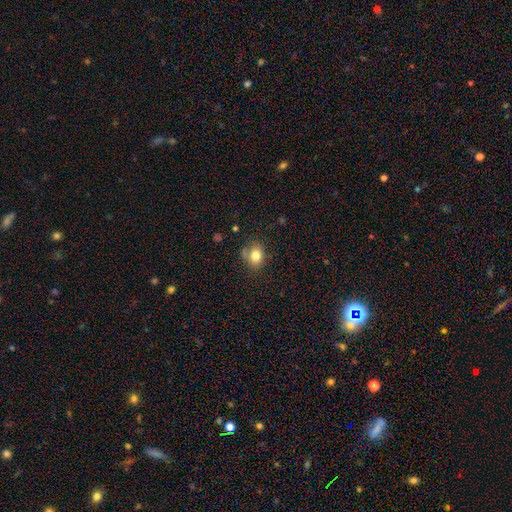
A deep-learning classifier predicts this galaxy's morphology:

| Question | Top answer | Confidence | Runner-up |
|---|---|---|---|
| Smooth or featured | smooth | 80% | star or artifact (11%) |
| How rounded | in between | 52% | round (47%) |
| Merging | none | 68% | minor disturbance (21%) |